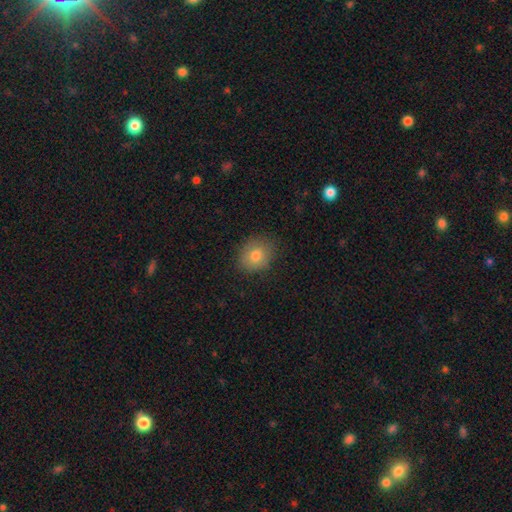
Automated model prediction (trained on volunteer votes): Overall: smooth (79%). How rounded: round (65%; in between 34%). Merging: none (83%).